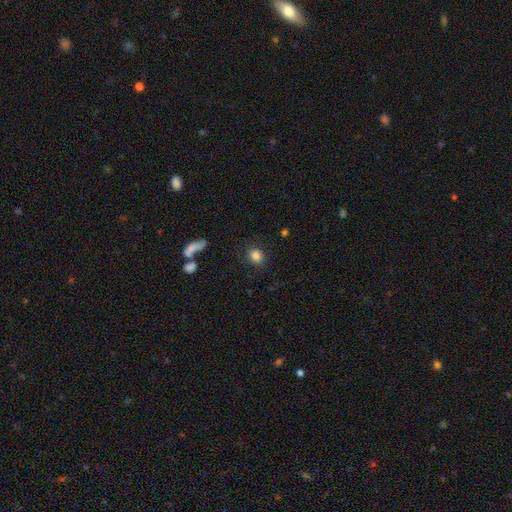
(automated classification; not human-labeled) This is clearly a smooth galaxy (85%). How rounded: likely round (61%). Merging: clearly none (86%).